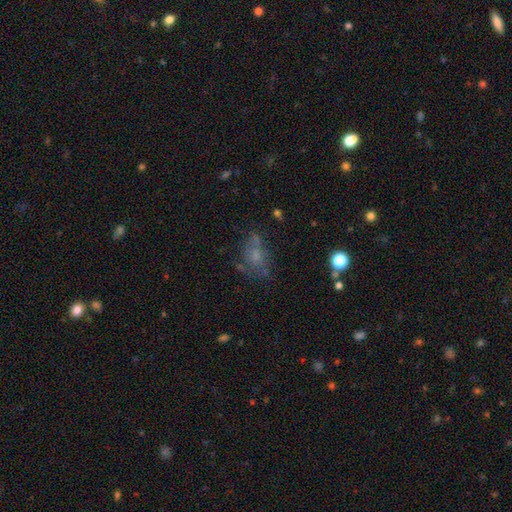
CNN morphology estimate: The model was most divided on "smooth or featured": smooth: 46%, featured or disk: 35%, star or artifact: 19%. Remaining: merging — none (46%).